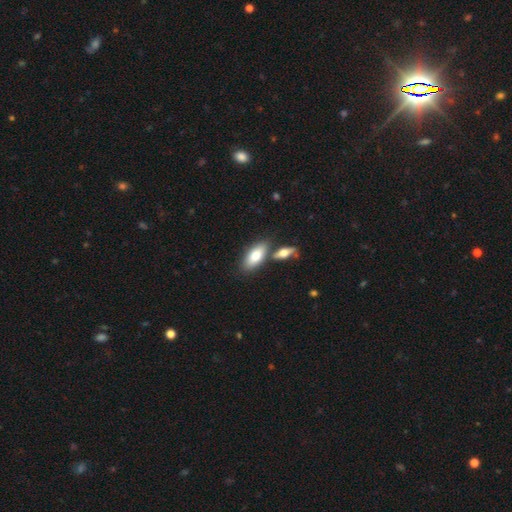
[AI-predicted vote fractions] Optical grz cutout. It shows a smooth galaxy with no disk features (75%) that is in between round and cigar-shaped (86%). Merging: none (61%).